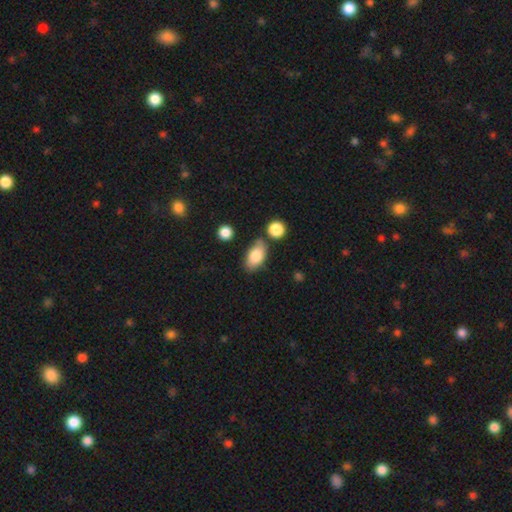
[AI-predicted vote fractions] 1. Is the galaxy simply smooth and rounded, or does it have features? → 82% smooth, 11% featured or disk, 7% star or artifact.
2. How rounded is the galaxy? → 92% in between, 6% round, 3% cigar-shaped.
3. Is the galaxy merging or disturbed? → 69% none, 17% minor disturbance, 10% merger, 4% major disturbance.